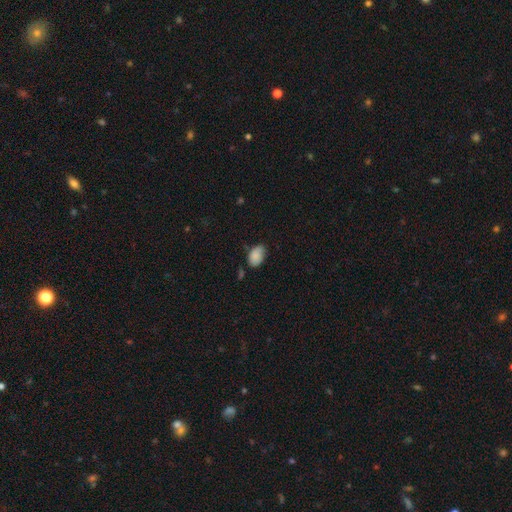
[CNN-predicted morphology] Q: Smooth or featured?
A: smooth (87%); runner-up: star or artifact (8%)
Q: How rounded?
A: in between (89%); runner-up: round (10%)
Q: Merging?
A: none (65%); runner-up: minor disturbance (27%)